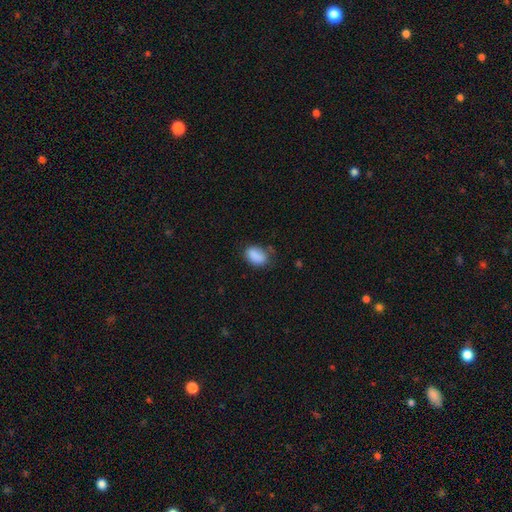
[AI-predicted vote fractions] Overall: smooth (87%). How rounded: in between (86%). Merging: none (65%).